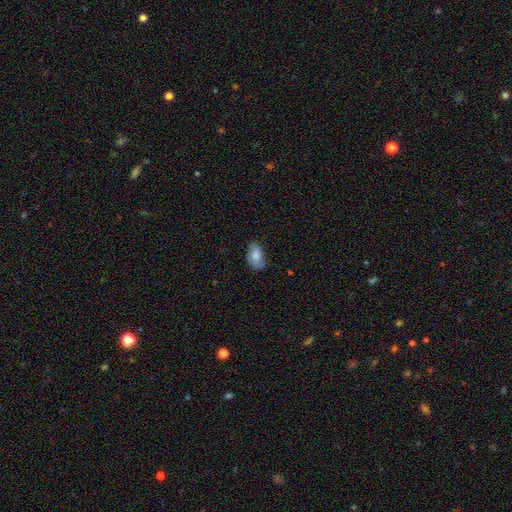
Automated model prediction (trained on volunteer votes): A smooth galaxy with no disk features (70%) that is in between round and cigar-shaped (91%). Merging: none (73%).